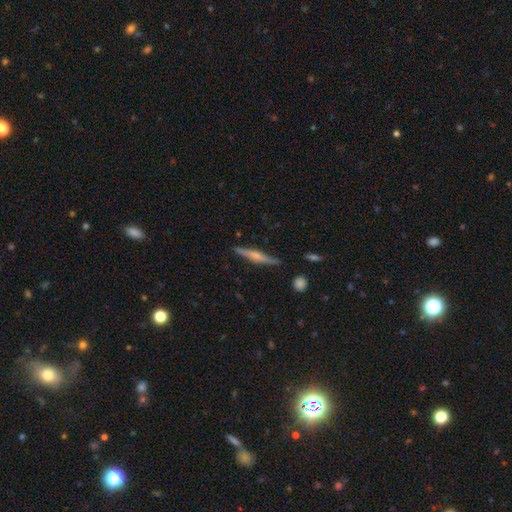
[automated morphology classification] smooth-or-featured: featured or disk: 61% | smooth: 32% | star or artifact: 6%
  disk-edge-on: yes: 97% | no: 3%
    edge-on-bulge: rounded: 72% | none: 14% | boxy: 13%
  merging: none: 86% | minor disturbance: 10% | major disturbance: 2% | merger: 2%